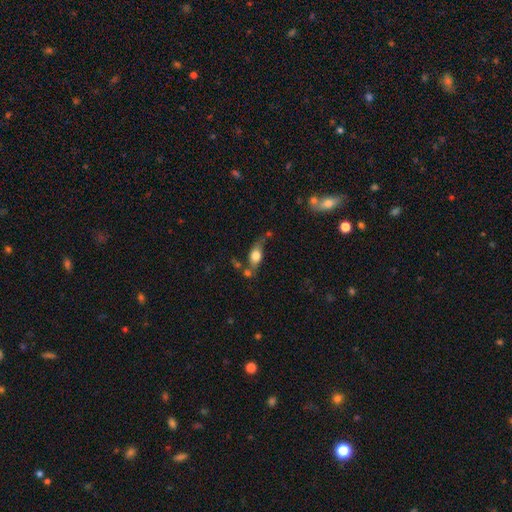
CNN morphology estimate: smooth_or_featured: smooth (p=0.66) [alt: featured or disk p=0.25]
how_rounded: in between (p=0.73) [alt: round p=0.15]
merging: none (p=0.43) [alt: minor disturbance p=0.22]